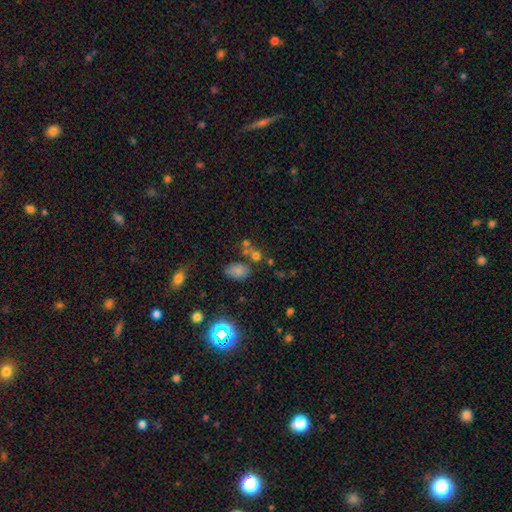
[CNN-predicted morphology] A smooth galaxy with no disk features (64%) that is round (56%).

Vote fractions:
- Smooth or featured? smooth: 64% / star or artifact: 22% / featured or disk: 14%
- How rounded? round: 56% / in between: 42% / cigar-shaped: 2%
- Merging? none: 48% / merger: 33% / minor disturbance: 12% / major disturbance: 7%